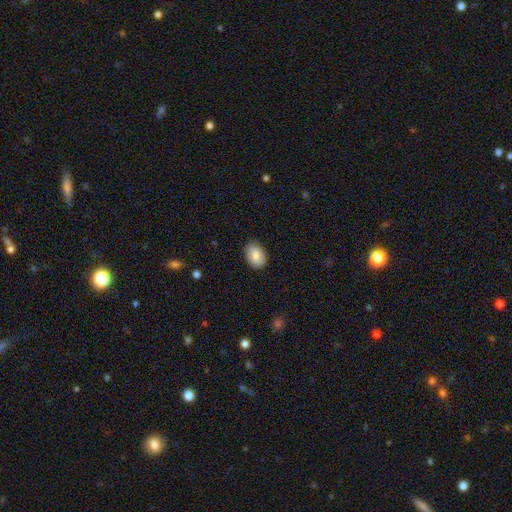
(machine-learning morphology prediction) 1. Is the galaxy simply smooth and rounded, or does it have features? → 85% smooth, 8% featured or disk, 7% star or artifact.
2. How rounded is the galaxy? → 84% in between, 14% round, 1% cigar-shaped.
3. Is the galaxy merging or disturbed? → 86% none, 11% minor disturbance, 2% major disturbance, 1% merger.